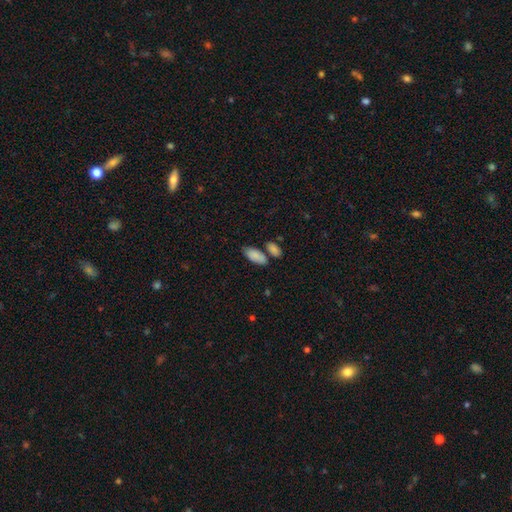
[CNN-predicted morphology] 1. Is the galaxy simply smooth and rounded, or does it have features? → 86% smooth, 8% featured or disk, 6% star or artifact.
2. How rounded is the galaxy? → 89% in between, 8% cigar-shaped, 2% round.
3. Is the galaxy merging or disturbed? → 62% none, 20% merger, 14% minor disturbance, 4% major disturbance.